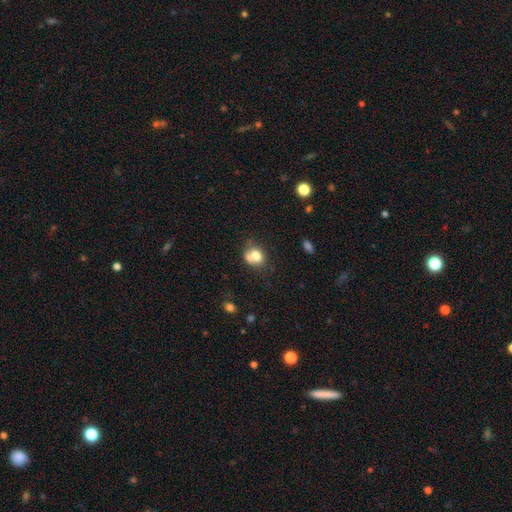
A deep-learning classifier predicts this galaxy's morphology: Q: Smooth or featured?
A: smooth (71%); runner-up: featured or disk (18%)
Q: How rounded?
A: round (56%); runner-up: in between (43%)
Q: Merging?
A: merger (38%); runner-up: none (37%)